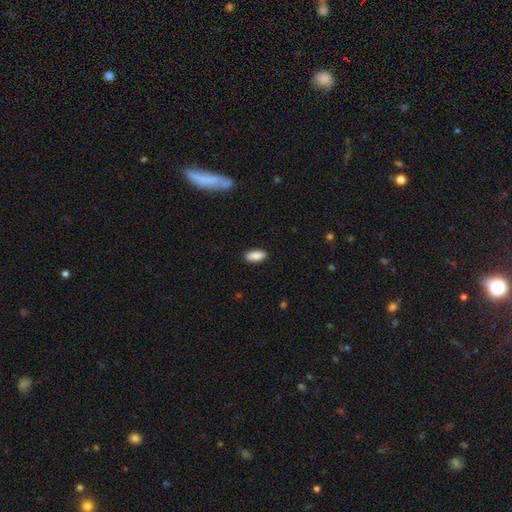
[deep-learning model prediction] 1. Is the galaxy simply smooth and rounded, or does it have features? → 89% smooth, 6% star or artifact, 5% featured or disk.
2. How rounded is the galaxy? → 86% in between, 12% cigar-shaped, 2% round.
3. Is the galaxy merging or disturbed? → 89% none, 8% minor disturbance, 2% major disturbance, 1% merger.